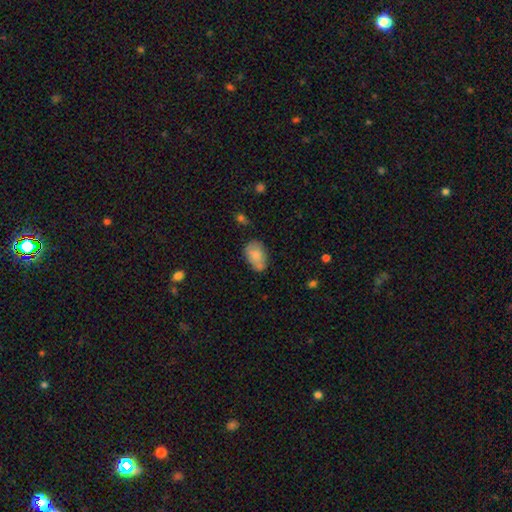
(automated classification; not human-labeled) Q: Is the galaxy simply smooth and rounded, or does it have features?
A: smooth — 77%.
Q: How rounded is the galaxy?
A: in between — 87%.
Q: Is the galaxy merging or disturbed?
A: none — 58%.